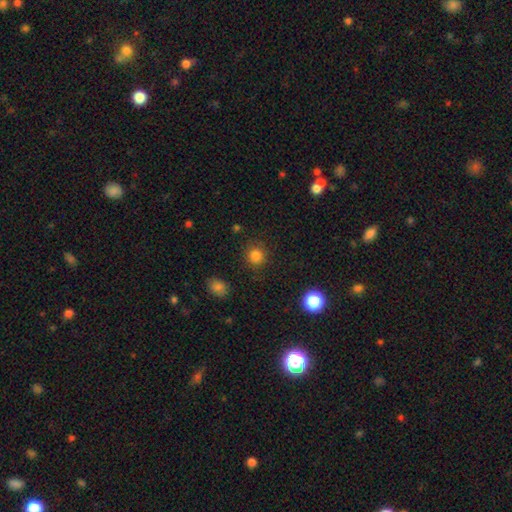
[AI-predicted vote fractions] Q: Smooth or featured?
A: smooth (83%); runner-up: star or artifact (13%)
Q: How rounded?
A: round (90%); runner-up: in between (9%)
Q: Merging?
A: none (87%); runner-up: minor disturbance (8%)